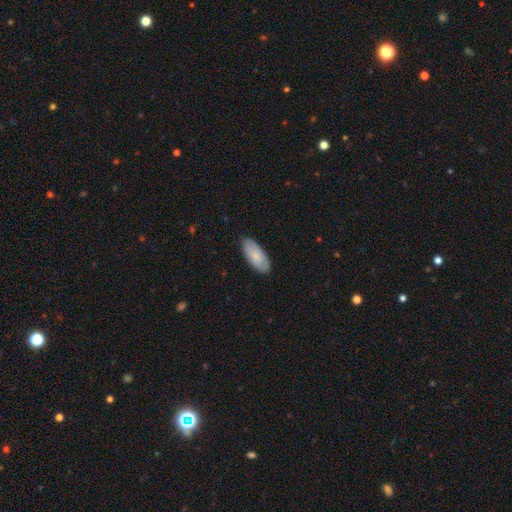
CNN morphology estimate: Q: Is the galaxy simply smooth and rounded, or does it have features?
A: smooth — 79%.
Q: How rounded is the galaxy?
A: in between — 89%.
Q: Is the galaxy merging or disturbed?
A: none — 86%.